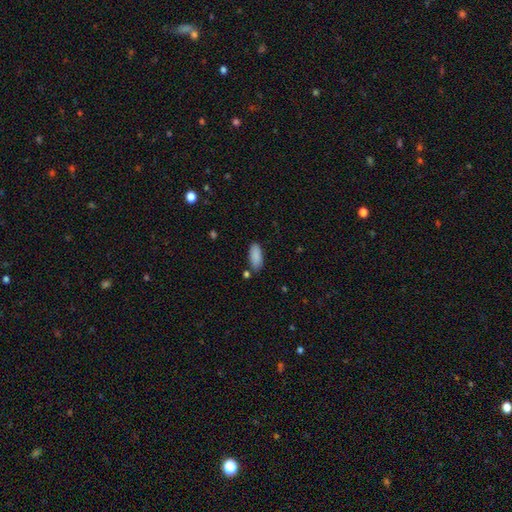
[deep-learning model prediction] Q: Smooth or featured?
A: smooth (89%); runner-up: star or artifact (7%)
Q: How rounded?
A: in between (85%); runner-up: cigar-shaped (13%)
Q: Merging?
A: none (79%); runner-up: minor disturbance (13%)